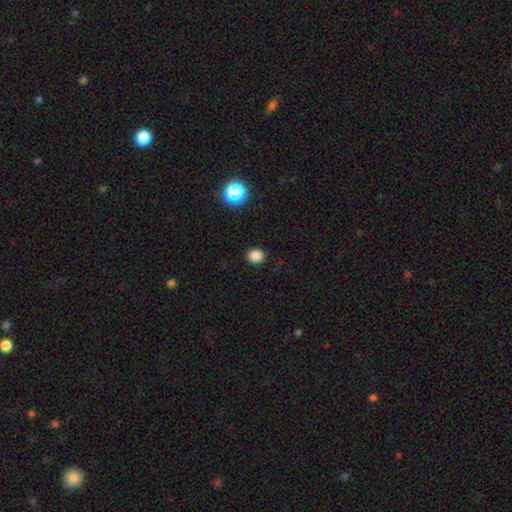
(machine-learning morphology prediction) Smooth or featured: smooth — 84% (star or artifact — 13%)
How rounded: round — 71% (in between — 28%)
Merging: none — 90% (minor disturbance — 7%)